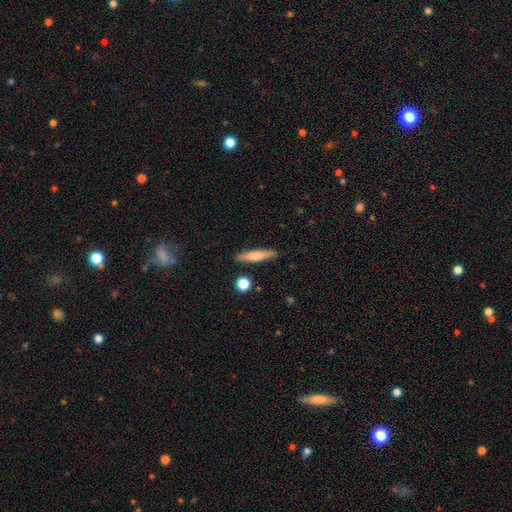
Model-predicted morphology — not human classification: smooth 61%, featured or disk 32%, star or artifact 7%. Down the decision tree: how rounded — cigar-shaped (87%); merging — none (88%).